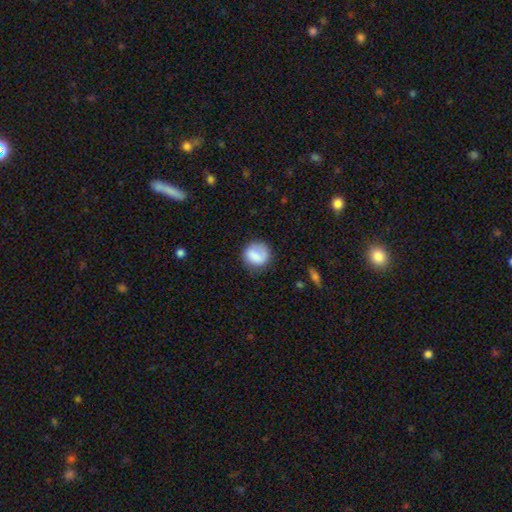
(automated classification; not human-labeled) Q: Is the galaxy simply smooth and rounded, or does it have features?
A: smooth — 76%.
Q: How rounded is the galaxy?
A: round — 83%.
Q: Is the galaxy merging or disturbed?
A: none — 66%.